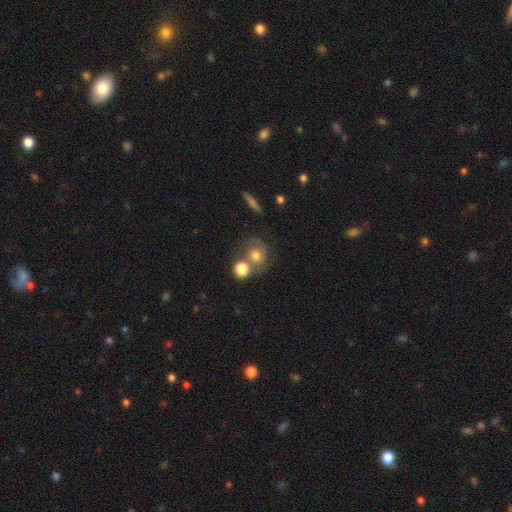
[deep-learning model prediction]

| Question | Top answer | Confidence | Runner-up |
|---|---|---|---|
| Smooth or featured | smooth | 56% | featured or disk (32%) |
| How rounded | round | 74% | in between (25%) |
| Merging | none | 43% | merger (32%) |